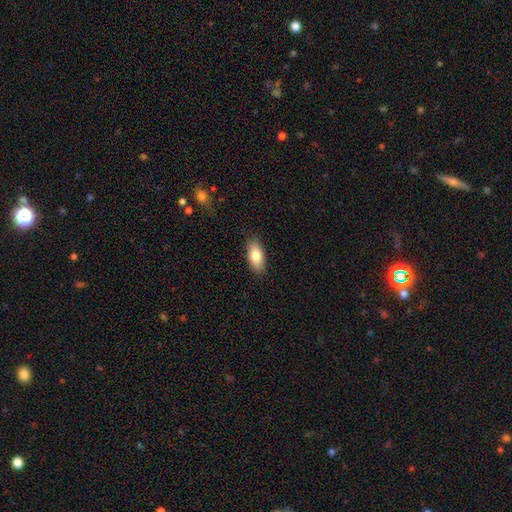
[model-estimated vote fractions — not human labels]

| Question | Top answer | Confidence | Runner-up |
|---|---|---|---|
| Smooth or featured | smooth | 80% | featured or disk (13%) |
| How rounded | in between | 88% | cigar-shaped (8%) |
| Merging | none | 86% | minor disturbance (11%) |